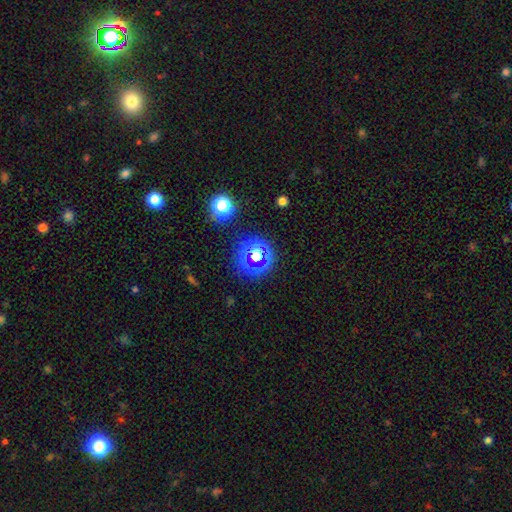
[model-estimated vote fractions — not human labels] This is likely a star or artifact rather than a galaxy (63%).